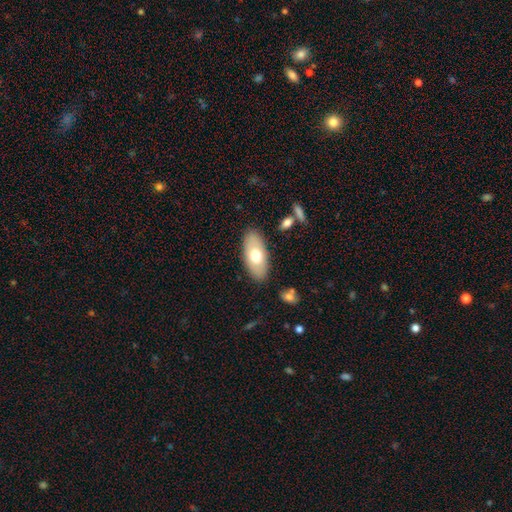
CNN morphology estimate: Smooth or featured? Predicted: smooth (p=0.64). How rounded? Predicted: in between (p=0.90). Merging? Predicted: none (p=0.85).